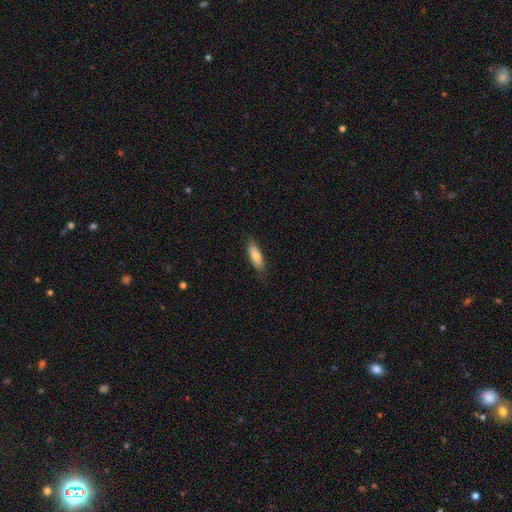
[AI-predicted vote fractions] Smooth or featured? Predicted: smooth (p=0.80). How rounded? Predicted: in between (p=0.62). Merging? Predicted: none (p=0.81).